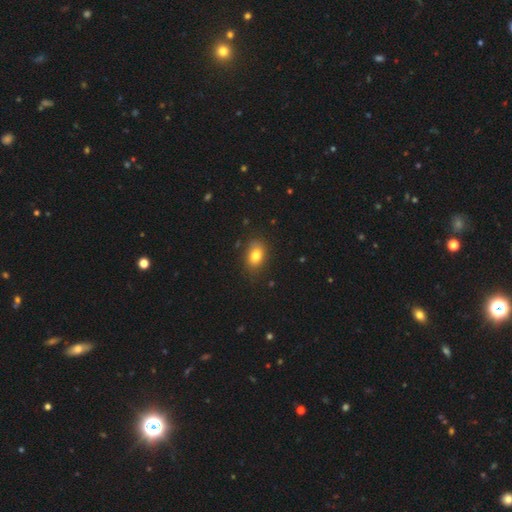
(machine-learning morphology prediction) smooth-or-featured: smooth: 80% | featured or disk: 10% | star or artifact: 9%
  how-rounded: in between: 81% | round: 18% | cigar-shaped: 2%
  merging: none: 80% | minor disturbance: 15% | major disturbance: 3% | merger: 1%